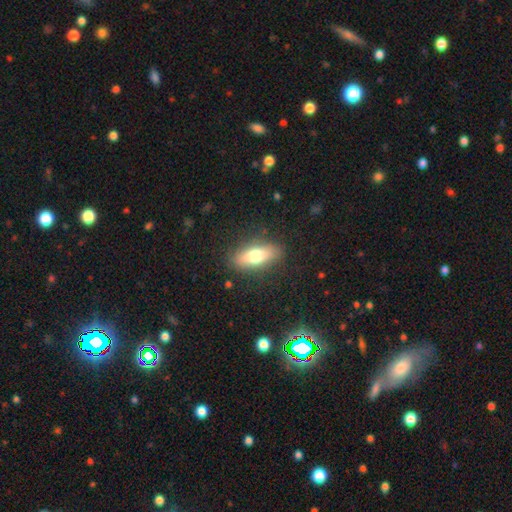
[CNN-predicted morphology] Smooth or featured? Predicted: smooth (p=0.68). How rounded? Predicted: in between (p=0.68). Merging? Predicted: none (p=0.86).